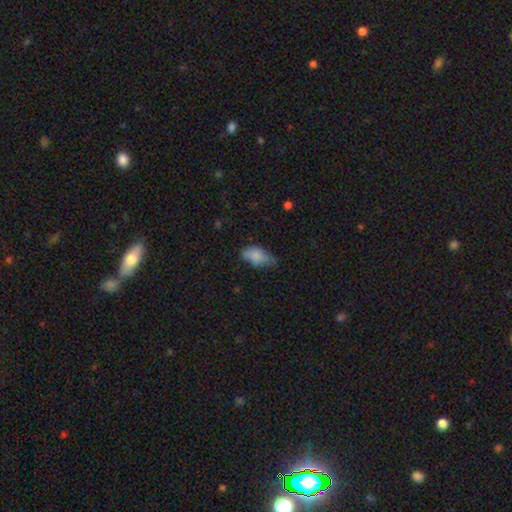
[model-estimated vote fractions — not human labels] A smooth galaxy with no disk features (76%) that is in between round and cigar-shaped (91%). Merging: minor disturbance (42%).